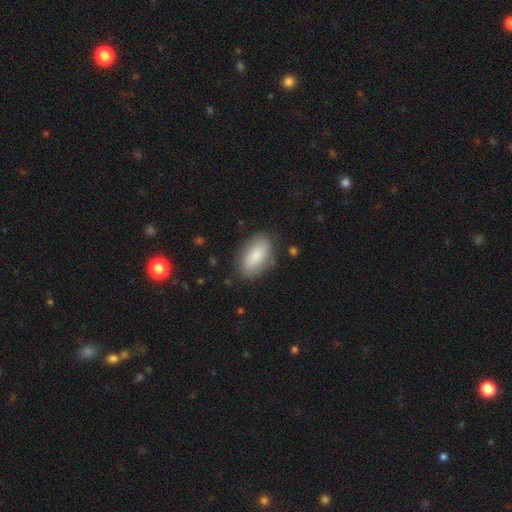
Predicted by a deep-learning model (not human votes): This appears to be a smooth galaxy with no disk features (83%) that is in between round and cigar-shaped (93%). Merging: none (82%).